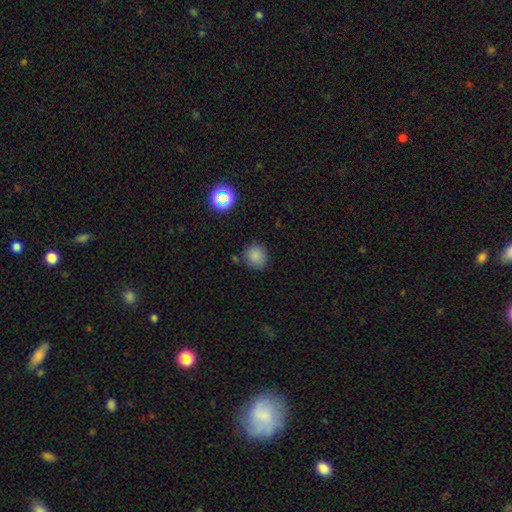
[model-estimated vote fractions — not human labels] Smooth or featured? smooth (81%)
How rounded? round (88%)
Merging? none (79%)